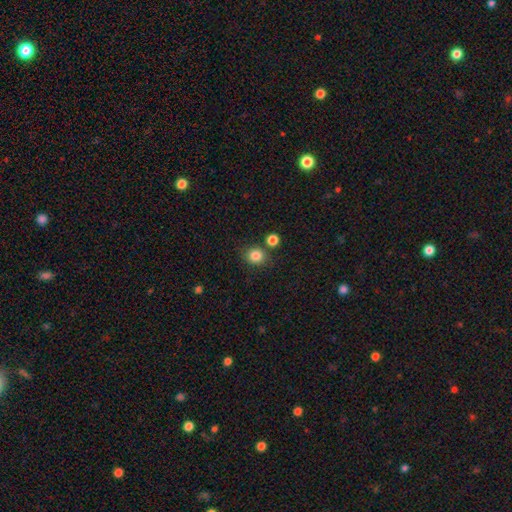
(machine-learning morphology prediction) Q: Smooth or featured?
A: smooth (84%); runner-up: star or artifact (11%)
Q: How rounded?
A: round (81%); runner-up: in between (18%)
Q: Merging?
A: none (78%); runner-up: minor disturbance (10%)